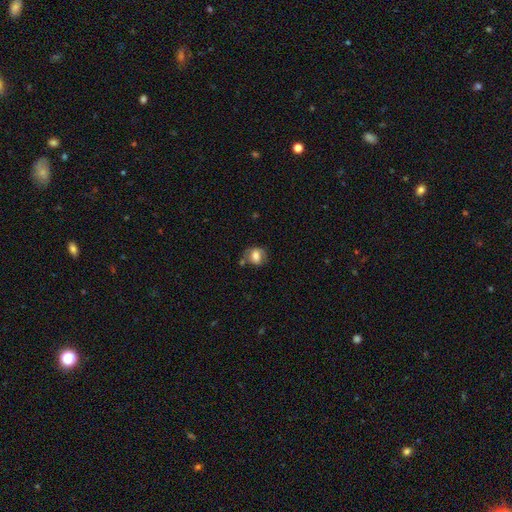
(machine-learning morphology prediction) smooth-or-featured: smooth: 71% | featured or disk: 19% | star or artifact: 9%
  how-rounded: round: 51% | in between: 47% | cigar-shaped: 1%
  merging: none: 56% | minor disturbance: 24% | merger: 10% | major disturbance: 10%